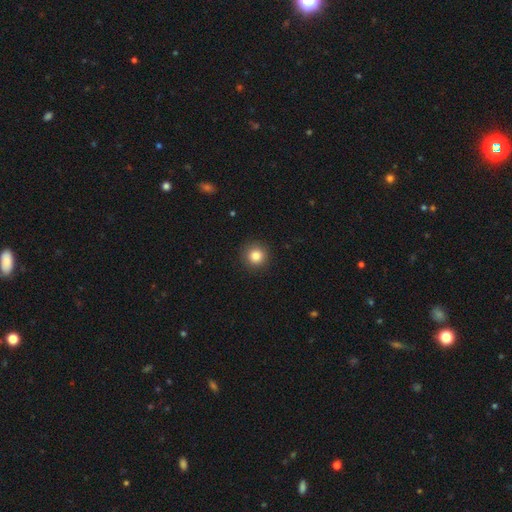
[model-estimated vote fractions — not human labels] Smooth or featured: smooth — 84% (star or artifact — 11%)
How rounded: round — 95% (in between — 4%)
Merging: none — 91% (minor disturbance — 6%)